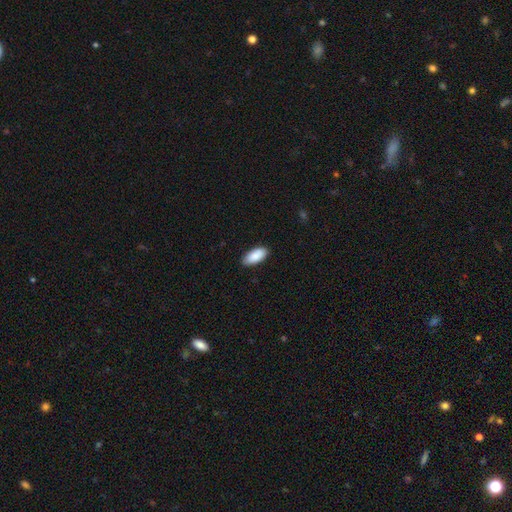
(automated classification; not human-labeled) Morphology: type=smooth (90%); roundness=in between (91%); merging=none (88%).